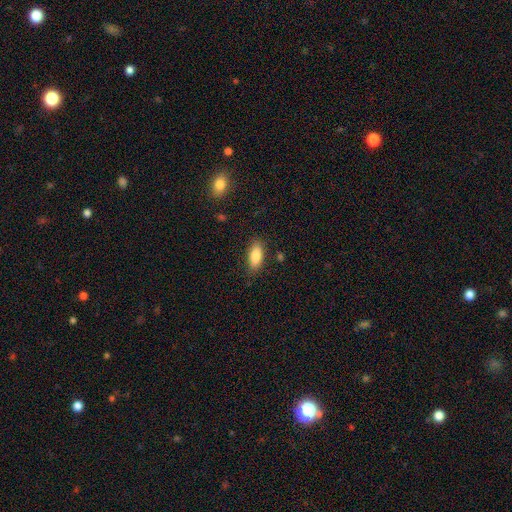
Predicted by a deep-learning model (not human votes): smooth_or_featured: smooth (p=0.85) [alt: featured or disk p=0.08]
how_rounded: in between (p=0.80) [alt: cigar-shaped p=0.18]
merging: none (p=0.84) [alt: minor disturbance p=0.11]